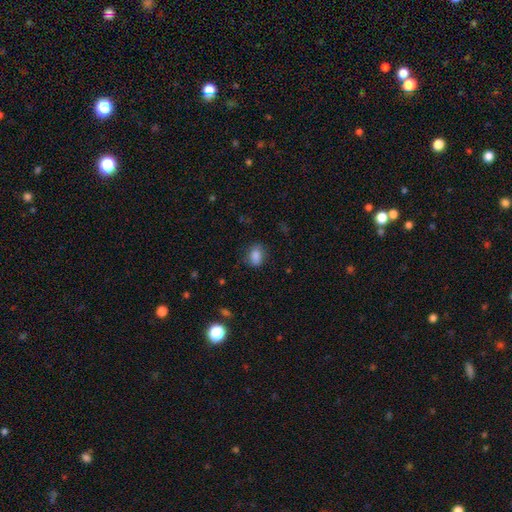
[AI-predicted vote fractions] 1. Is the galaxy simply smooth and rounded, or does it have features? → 84% smooth, 9% star or artifact, 6% featured or disk.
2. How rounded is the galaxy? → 71% in between, 28% round, 2% cigar-shaped.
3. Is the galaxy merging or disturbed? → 74% none, 19% minor disturbance, 5% major disturbance, 1% merger.